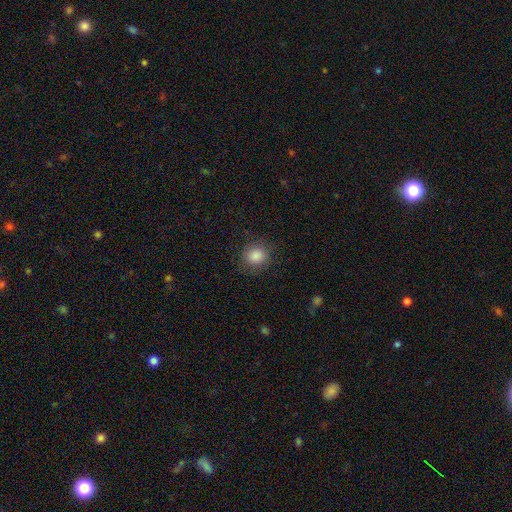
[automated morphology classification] smooth 86%, star or artifact 9%, featured or disk 5%. Down the decision tree: how rounded — round (84%); merging — none (85%).